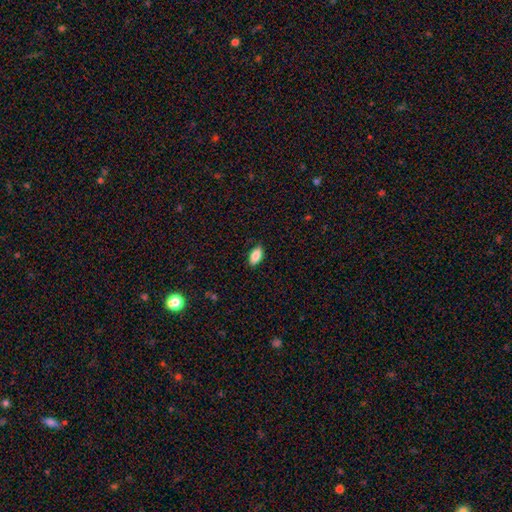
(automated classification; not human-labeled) smooth 88%, star or artifact 7%, featured or disk 5%. Down the decision tree: how rounded — in between (92%); merging — none (85%).